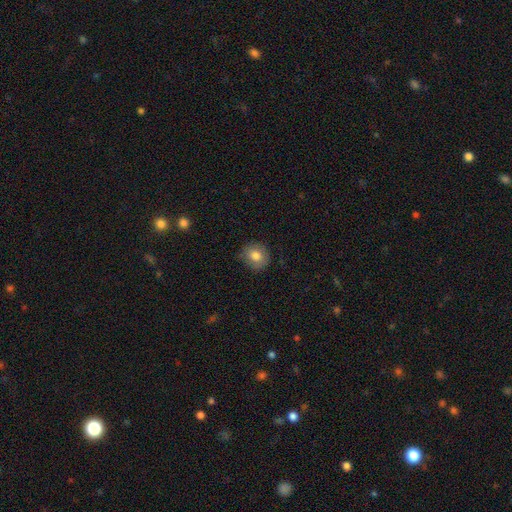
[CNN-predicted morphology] The model was most divided on "how rounded": round: 81%, in between: 18%, cigar-shaped: 1%. More confident: merging — none (84%); smooth or featured — smooth (81%).